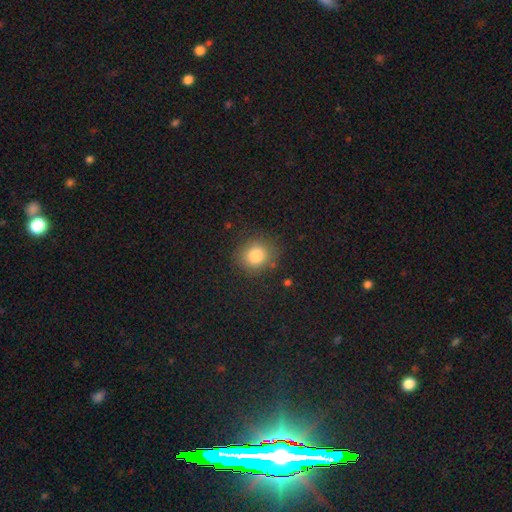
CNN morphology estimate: A smooth galaxy with no disk features (82%) that is round (81%).

Vote fractions:
- Smooth or featured? smooth: 82% / star or artifact: 11% / featured or disk: 7%
- How rounded? round: 81% / in between: 18% / cigar-shaped: 1%
- Merging? none: 85% / minor disturbance: 10% / major disturbance: 4% / merger: 2%